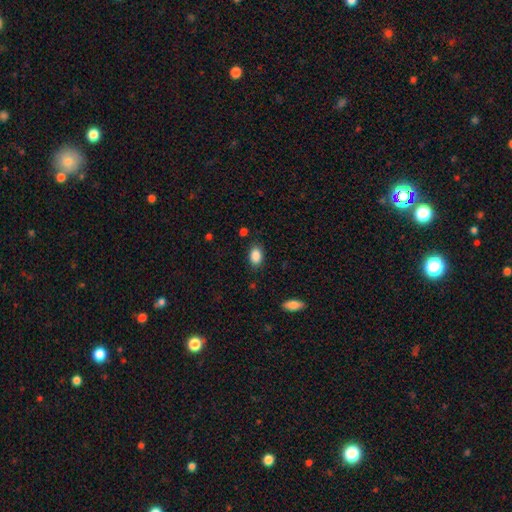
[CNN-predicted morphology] This appears to be a smooth galaxy with no disk features (88%) that is in between round and cigar-shaped (84%). Merging: none (84%).